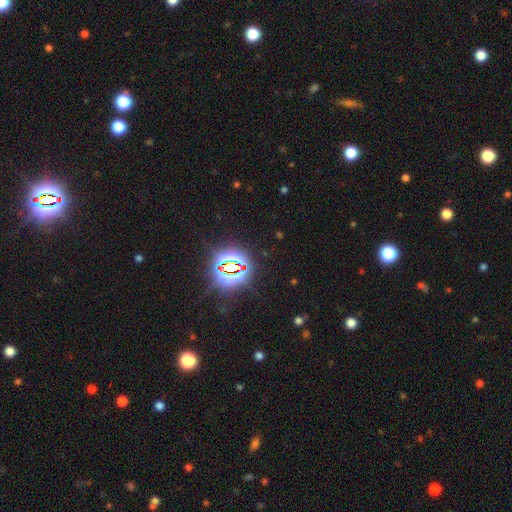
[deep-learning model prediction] Smooth or featured? star or artifact (82%)